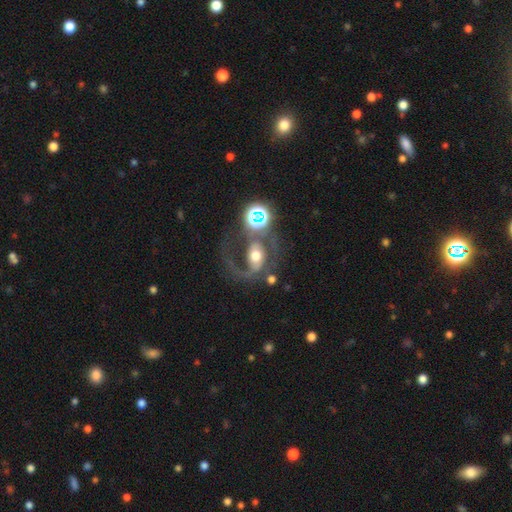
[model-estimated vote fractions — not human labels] Smooth or featured? Predicted: featured or disk (p=0.69). Edge-on disk? Predicted: no (p=0.96). Bar? Predicted: no (p=0.45). Spiral arms? Predicted: yes (p=0.83). Spiral winding? Predicted: loose (p=0.50). Spiral arm count? Predicted: 2 (p=0.60). Bulge size? Predicted: moderate (p=0.60). Merging? Predicted: none (p=0.37).